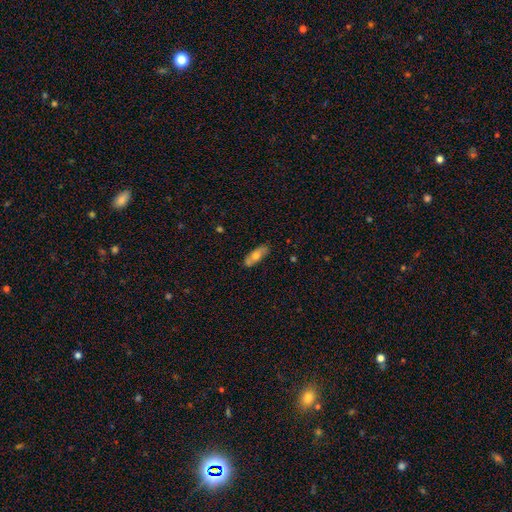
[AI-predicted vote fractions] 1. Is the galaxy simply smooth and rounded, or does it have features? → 60% smooth, 33% featured or disk, 7% star or artifact.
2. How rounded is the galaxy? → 71% in between, 27% cigar-shaped, 3% round.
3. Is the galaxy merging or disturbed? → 73% none, 18% minor disturbance, 5% merger, 3% major disturbance.